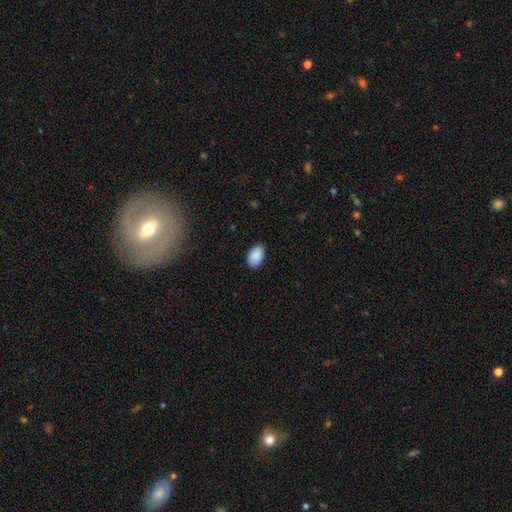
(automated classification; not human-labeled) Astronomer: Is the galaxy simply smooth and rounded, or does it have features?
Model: smooth — 90%.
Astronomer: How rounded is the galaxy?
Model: in between — 92%.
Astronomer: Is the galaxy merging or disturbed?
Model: none — 87%.